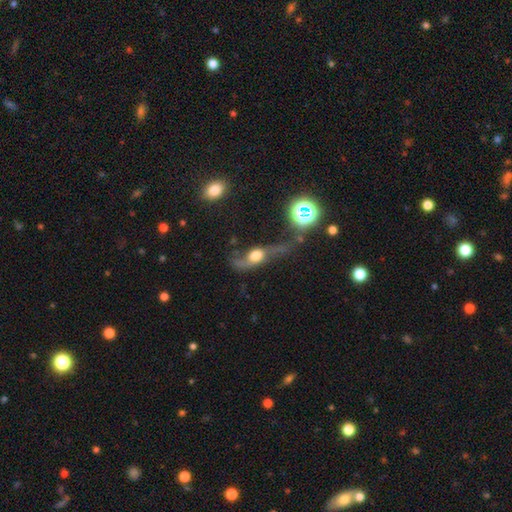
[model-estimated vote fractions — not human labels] A featured or disk galaxy (55%). Merging: major disturbance (35%).